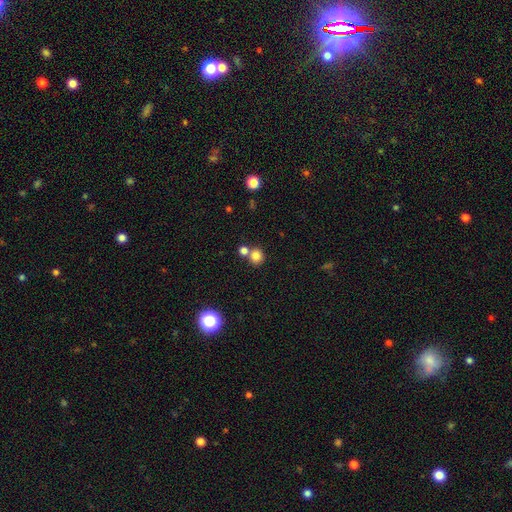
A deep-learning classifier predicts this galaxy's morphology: Smooth or featured: smooth — 81% (star or artifact — 12%)
How rounded: round — 85% (in between — 14%)
Merging: none — 60% (merger — 30%)